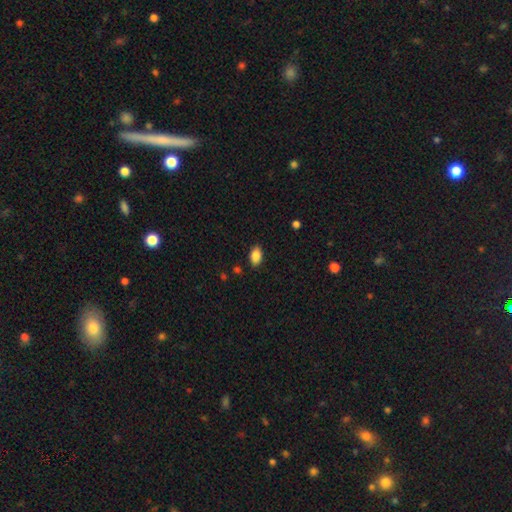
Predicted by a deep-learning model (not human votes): Q: Smooth or featured?
A: smooth (87%); runner-up: star or artifact (8%)
Q: How rounded?
A: in between (91%); runner-up: round (7%)
Q: Merging?
A: none (87%); runner-up: minor disturbance (10%)